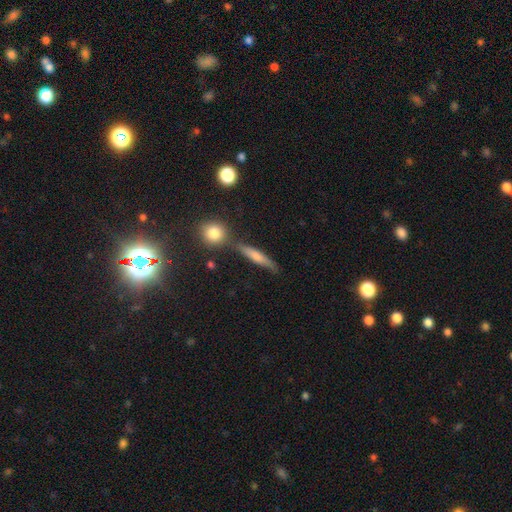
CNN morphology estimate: A smooth galaxy with no disk features (51%) that is cigar-shaped (83%). Merging: none (76%).